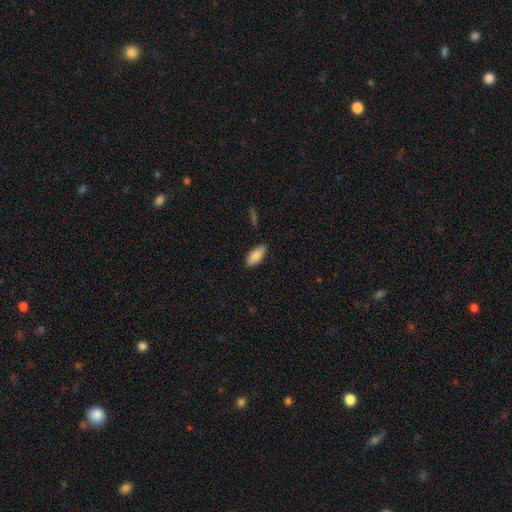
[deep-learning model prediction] Smooth or featured? Predicted: smooth (p=0.87). How rounded? Predicted: in between (p=0.84). Merging? Predicted: none (p=0.86).